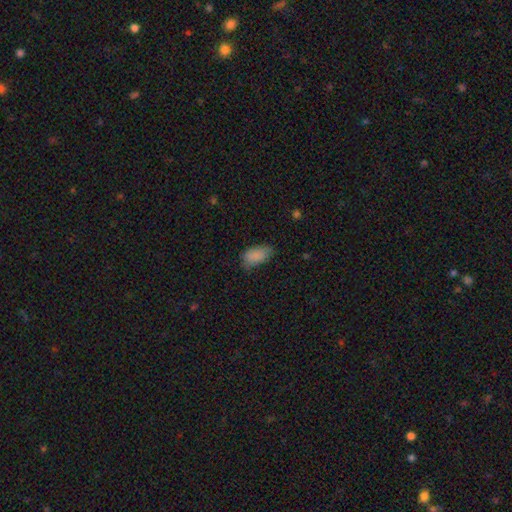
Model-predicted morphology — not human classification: Smooth or featured: smooth — 85% (star or artifact — 8%)
How rounded: in between — 93% (cigar-shaped — 4%)
Merging: none — 61% (minor disturbance — 30%)